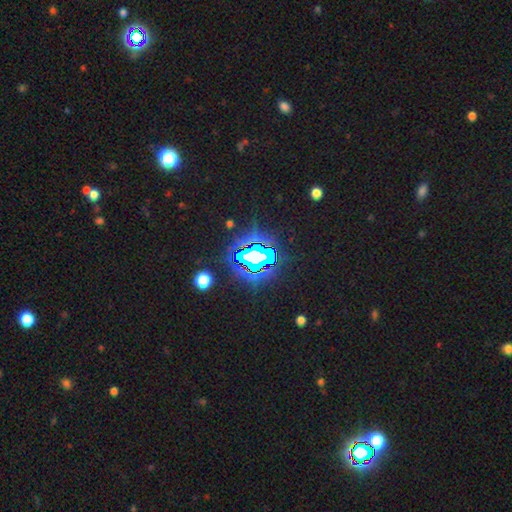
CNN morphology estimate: This appears to be a star or artifact, not a galaxy (76%).